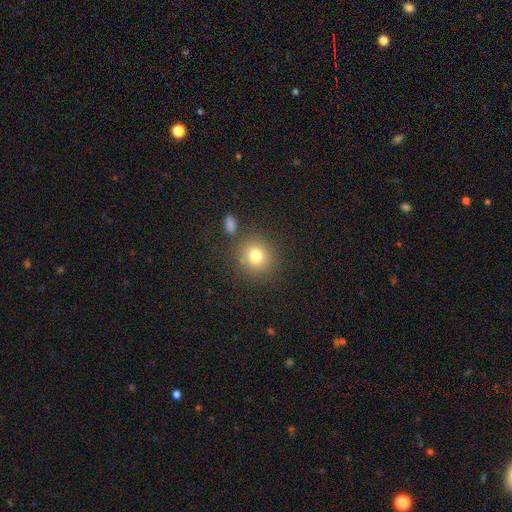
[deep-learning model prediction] Smooth or featured: smooth — 77% (star or artifact — 13%)
How rounded: round — 86% (in between — 13%)
Merging: none — 80% (minor disturbance — 10%)